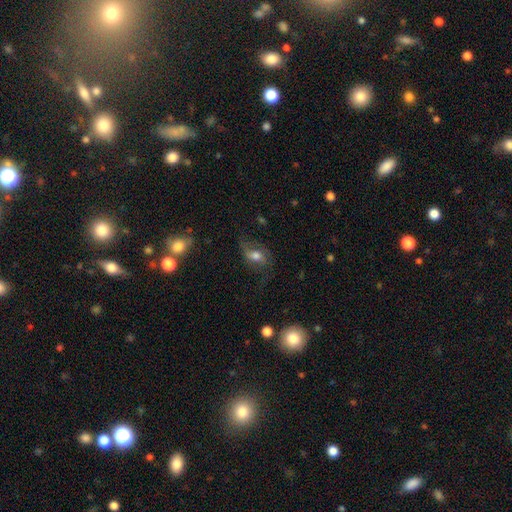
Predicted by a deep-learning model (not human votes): smooth_or_featured: smooth (p=0.46) [alt: featured or disk p=0.44]
merging: none (p=0.51) [alt: minor disturbance p=0.24]